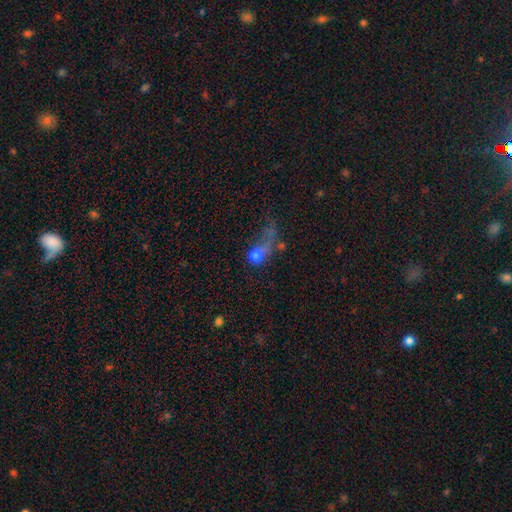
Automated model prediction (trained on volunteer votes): Smooth or featured?
  - smooth: 58% *
  - featured or disk: 26%
  - star or artifact: 16%
How rounded?
  - in between: 48% *
  - round: 46%
  - cigar-shaped: 6%
Merging?
  - major disturbance: 57% *
  - merger: 16%
  - none: 16%
  - minor disturbance: 12%